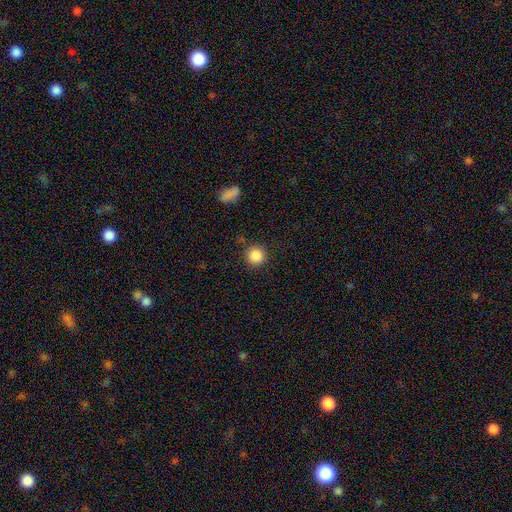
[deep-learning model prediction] Smooth or featured? smooth (86%)
How rounded? round (94%)
Merging? none (88%)